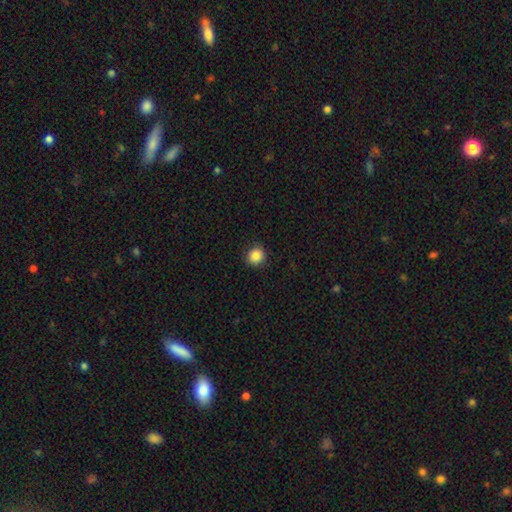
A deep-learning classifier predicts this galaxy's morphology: smooth 86%, star or artifact 10%, featured or disk 4%. Down the decision tree: how rounded — round (88%); merging — none (90%).